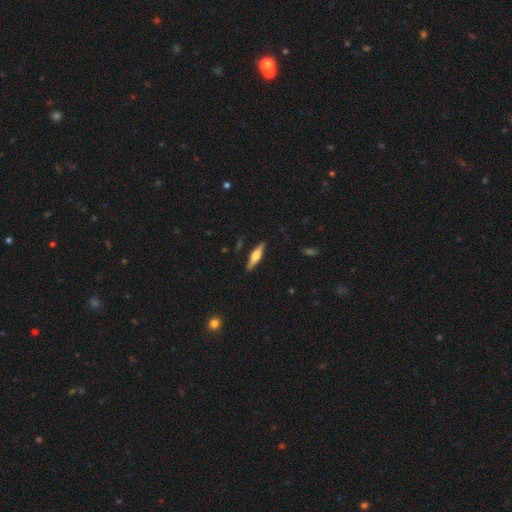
Morphology: type=featured or disk (55%); edge-on=yes (90%); edge-on bulge=rounded (84%); merging=none (89%).